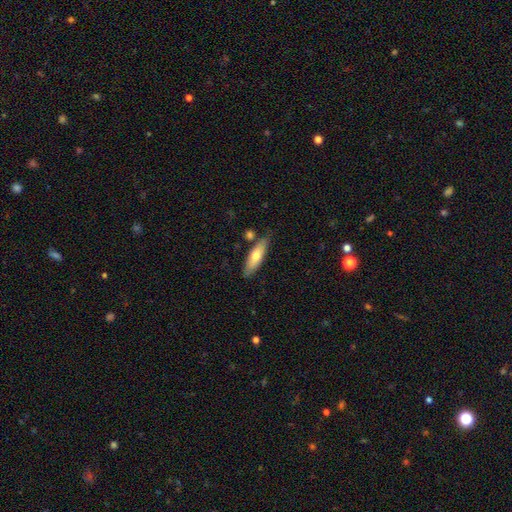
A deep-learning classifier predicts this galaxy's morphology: Smooth or featured? Predicted: smooth (p=0.63). How rounded? Predicted: cigar-shaped (p=0.52). Merging? Predicted: none (p=0.75).